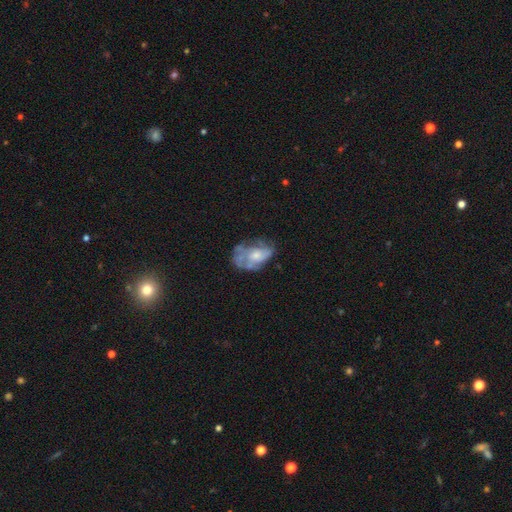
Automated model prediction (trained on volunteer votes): A featured or disk galaxy (65%) with no bar (81%), spiral arms (60%) and a small central bulge (48%).

Vote fractions:
- Smooth or featured? featured or disk: 65% / smooth: 27% / star or artifact: 8%
- Edge-on disk? no: 97% / yes: 3%
- Bar? no: 81% / weak: 16% / strong: 3%
- Spiral arms? yes: 60% / no: 40%
- Bulge size? small: 48% / moderate: 38% / none: 8% / large: 4% / dominant: 1%
- Merging? none: 48% / minor disturbance: 26% / major disturbance: 22% / merger: 4%